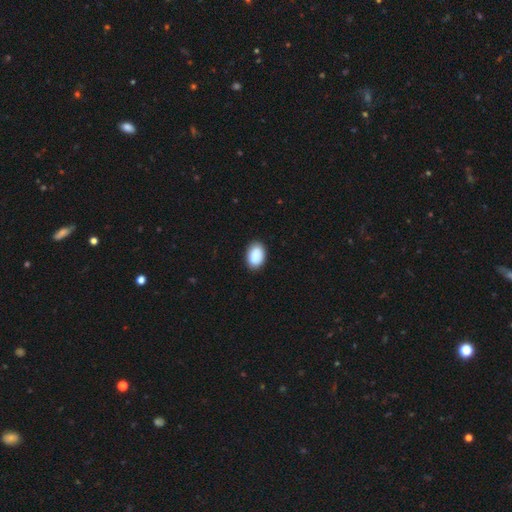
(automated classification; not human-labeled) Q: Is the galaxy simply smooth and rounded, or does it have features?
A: smooth — 90%.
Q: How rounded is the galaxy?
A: in between — 86%.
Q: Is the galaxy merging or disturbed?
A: none — 86%.